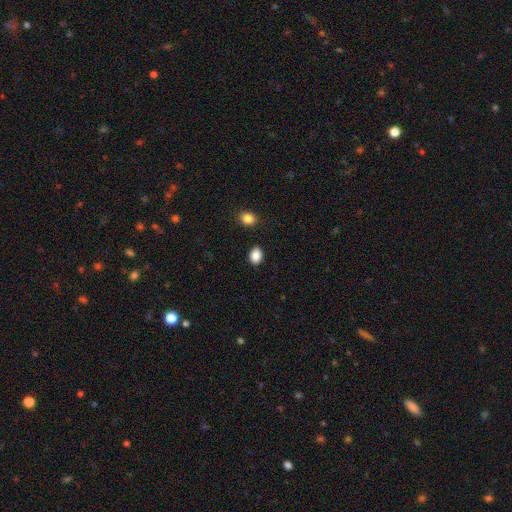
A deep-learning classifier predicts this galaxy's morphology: The model was most divided on "how rounded": in between: 64%, round: 35%, cigar-shaped: 1%. More confident: smooth or featured — smooth (88%); merging — none (87%).